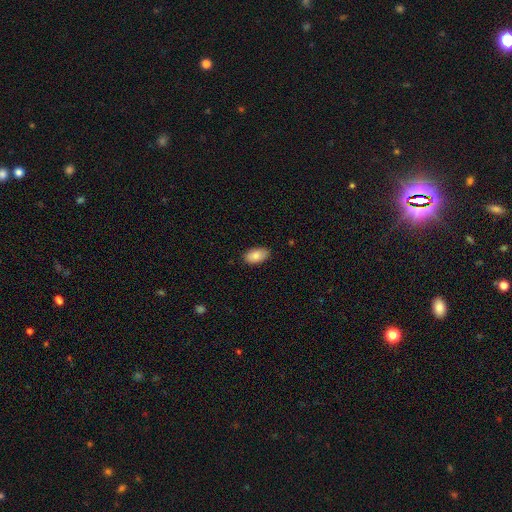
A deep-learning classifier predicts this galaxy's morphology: Q: Smooth or featured?
A: smooth (84%); runner-up: featured or disk (9%)
Q: How rounded?
A: in between (94%); runner-up: round (4%)
Q: Merging?
A: none (85%); runner-up: minor disturbance (12%)